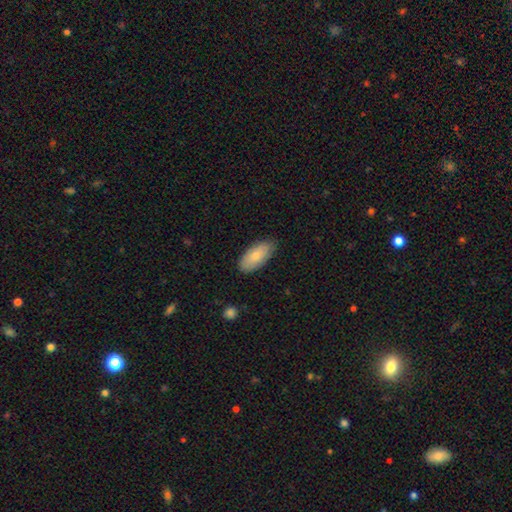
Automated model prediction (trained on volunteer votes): A smooth galaxy with no disk features (80%) that is in between round and cigar-shaped (91%).

Vote fractions:
- Smooth or featured? smooth: 80% / featured or disk: 14% / star or artifact: 6%
- How rounded? in between: 91% / cigar-shaped: 7% / round: 2%
- Merging? none: 82% / minor disturbance: 14% / major disturbance: 2% / merger: 1%